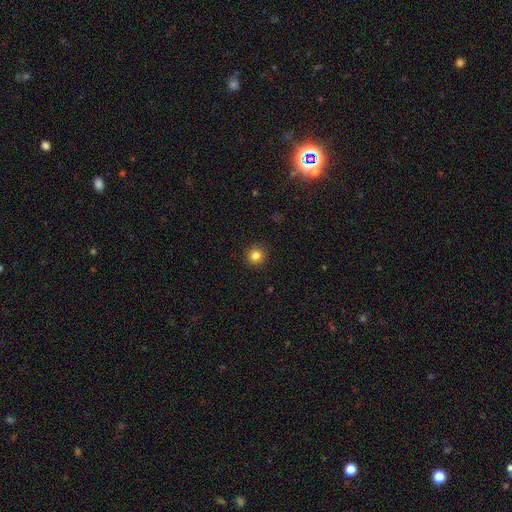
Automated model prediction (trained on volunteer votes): Smooth or featured: smooth — 83% (star or artifact — 12%)
How rounded: round — 94% (in between — 5%)
Merging: none — 91% (minor disturbance — 6%)